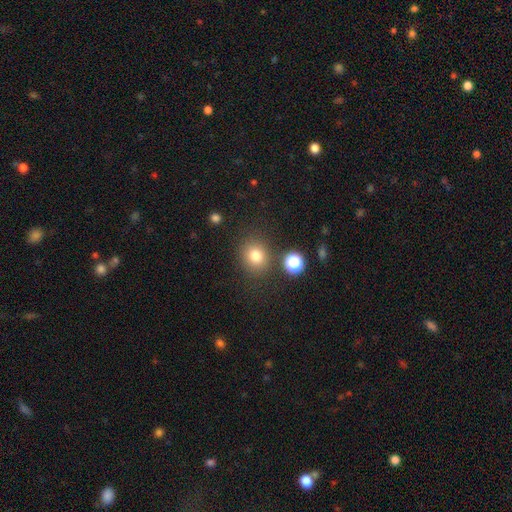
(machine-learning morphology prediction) smooth 79%, star or artifact 14%, featured or disk 8%. Down the decision tree: how rounded — round (79%); merging — none (83%).